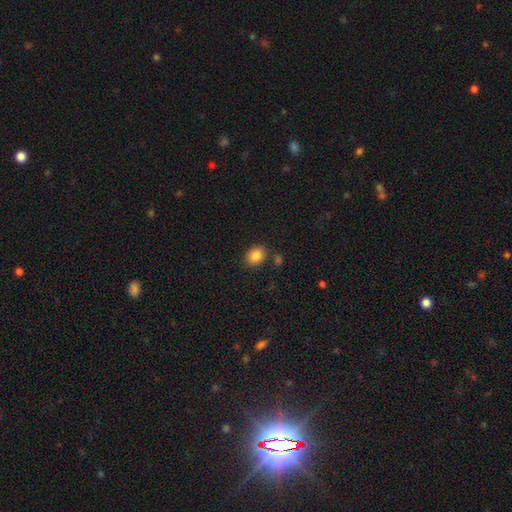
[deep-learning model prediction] Q: Smooth or featured?
A: smooth (85%); runner-up: star or artifact (9%)
Q: How rounded?
A: in between (53%); runner-up: round (46%)
Q: Merging?
A: none (82%); runner-up: minor disturbance (10%)